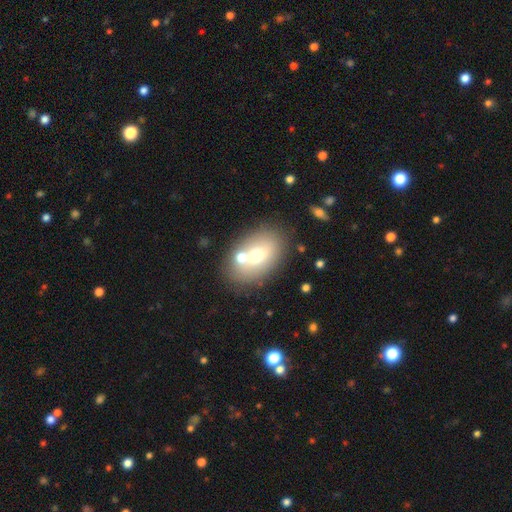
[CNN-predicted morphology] The model was most divided on "smooth or featured": smooth: 64%, featured or disk: 25%, star or artifact: 11%. More confident: how rounded — in between (79%); merging — none (67%).